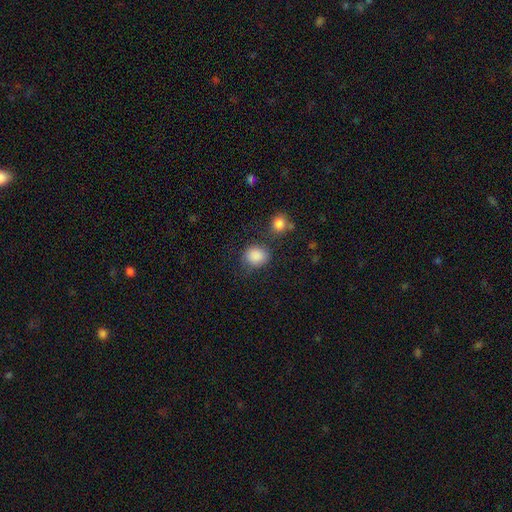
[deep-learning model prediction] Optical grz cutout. It shows a smooth galaxy with no disk features (87%) that is round (69%). Merging: none (70%).